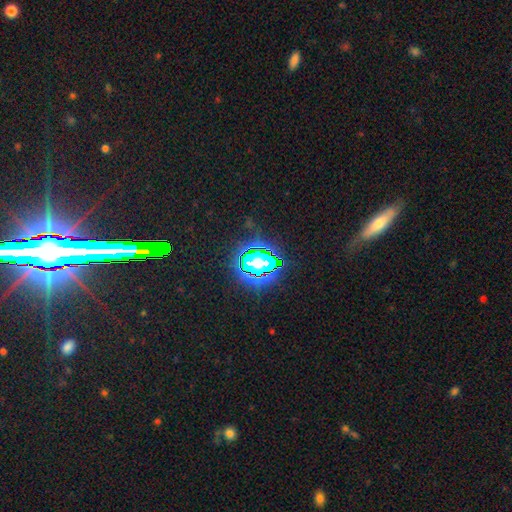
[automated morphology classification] type=star or artifact (73%).